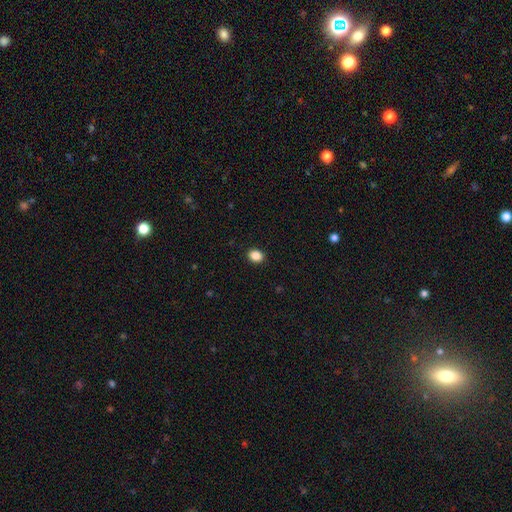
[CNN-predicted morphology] A smooth galaxy with no disk features (88%) that is in between round and cigar-shaped (53%).

Vote fractions:
- Smooth or featured? smooth: 88% / star or artifact: 9% / featured or disk: 3%
- How rounded? in between: 53% / round: 46% / cigar-shaped: 1%
- Merging? none: 91% / minor disturbance: 6% / major disturbance: 2% / merger: 1%